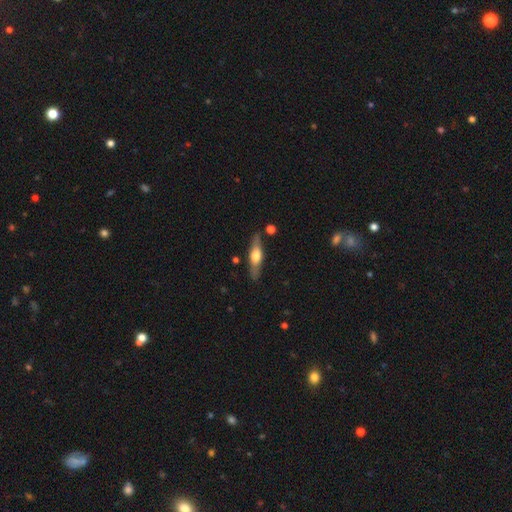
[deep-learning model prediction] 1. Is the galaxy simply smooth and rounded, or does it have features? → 59% featured or disk, 35% smooth, 5% star or artifact.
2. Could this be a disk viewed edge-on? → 92% yes, 8% no.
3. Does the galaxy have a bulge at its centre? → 92% rounded, 5% boxy, 2% none.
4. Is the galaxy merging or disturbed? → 85% none, 10% minor disturbance, 3% merger, 2% major disturbance.